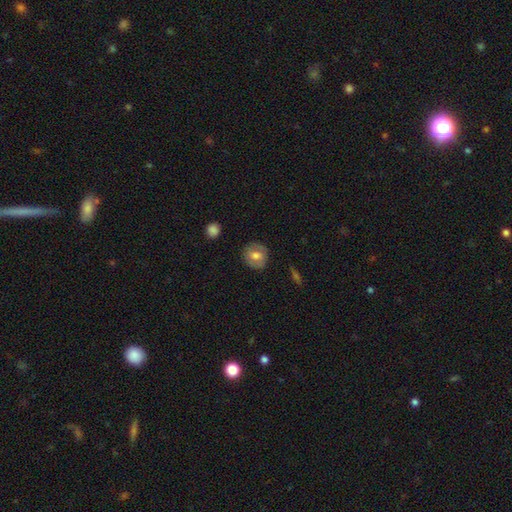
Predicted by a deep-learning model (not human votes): Smooth or featured?
  - smooth: 66% *
  - featured or disk: 27%
  - star or artifact: 8%
How rounded?
  - round: 84% *
  - in between: 15%
  - cigar-shaped: 1%
Merging?
  - none: 84% *
  - minor disturbance: 12%
  - major disturbance: 3%
  - merger: 1%